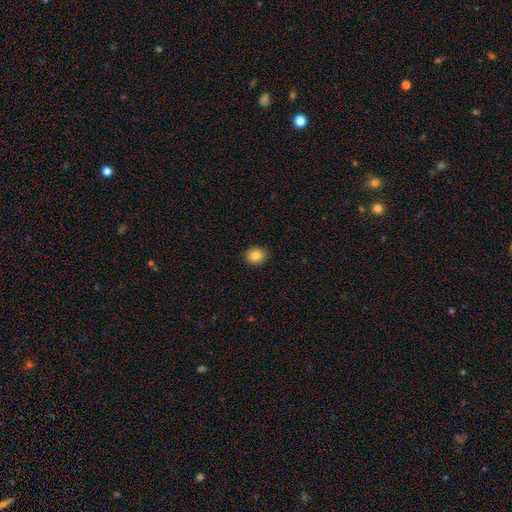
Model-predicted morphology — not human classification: Overall: smooth (83%). How rounded: round (75%). Merging: none (91%).